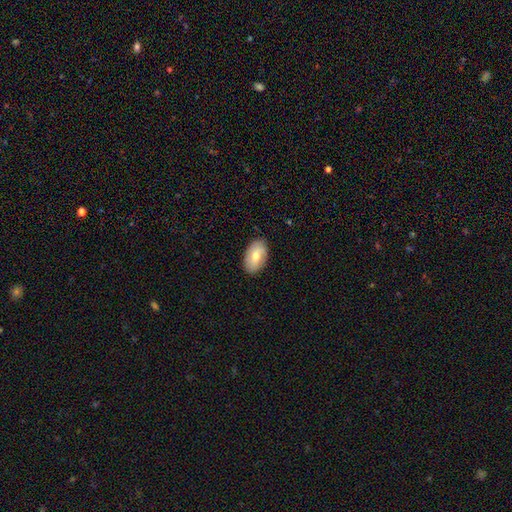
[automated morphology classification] smooth 71%, featured or disk 23%, star or artifact 6%. Down the decision tree: how rounded — in between (93%); merging — none (86%).